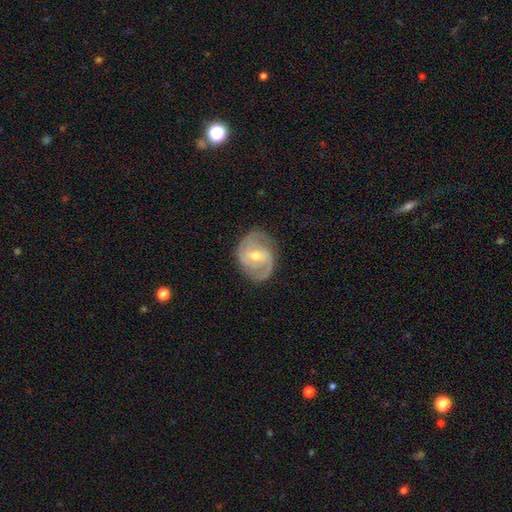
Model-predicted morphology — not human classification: A featured or disk galaxy (86%) with a weak bar (47%), 2 (57%) tight (54%) spiral arms (95%) and a moderate central bulge (69%). Merging: none (76%).